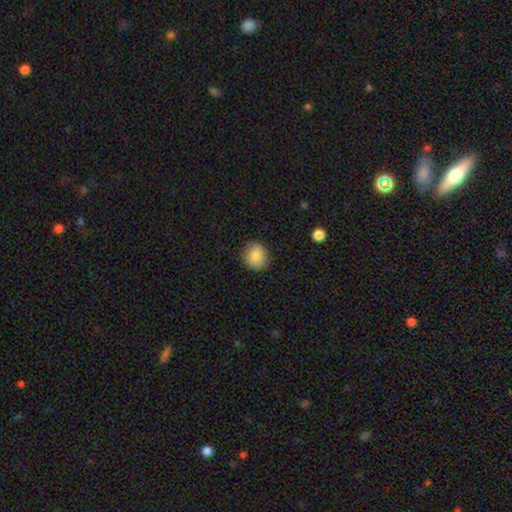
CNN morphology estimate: smooth 83%, featured or disk 9%, star or artifact 8%. Down the decision tree: how rounded — round (77%); merging — none (85%).